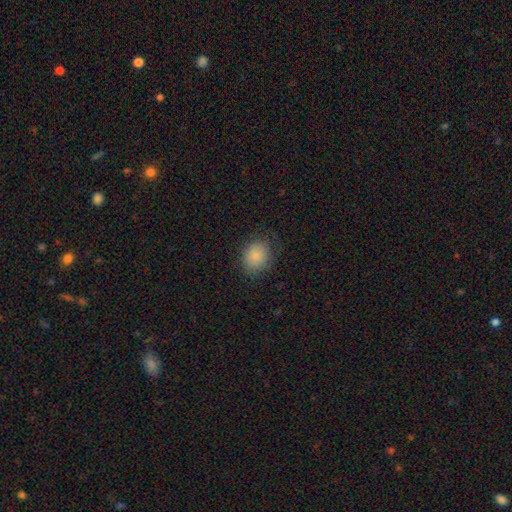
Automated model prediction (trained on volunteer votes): Morphology: type=smooth (83%); roundness=round (64%); merging=none (77%).